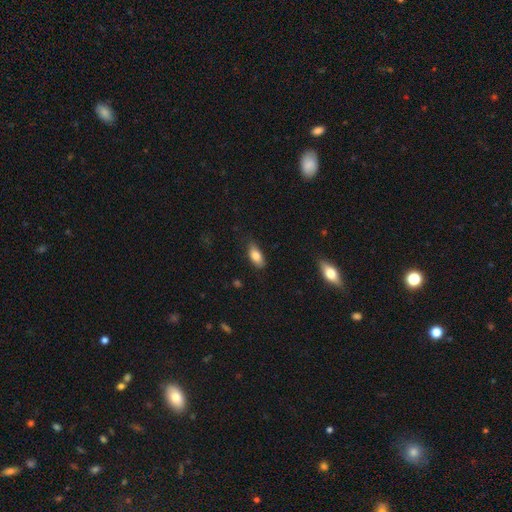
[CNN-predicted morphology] Overall: smooth (83%). How rounded: in between (87%). Merging: none (78%).